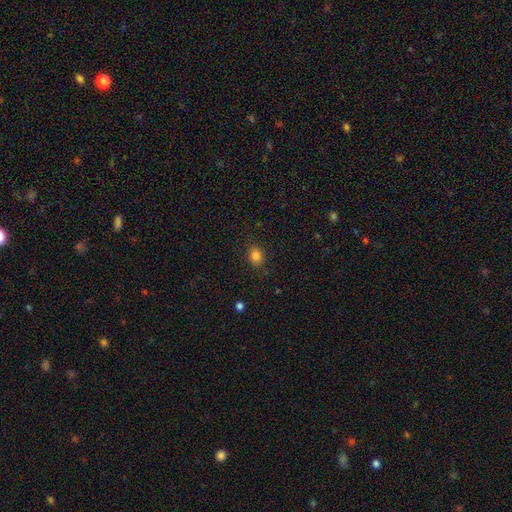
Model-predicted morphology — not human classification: This is clearly a smooth galaxy (83%). How rounded: possibly round (57%). Merging: clearly none (86%).